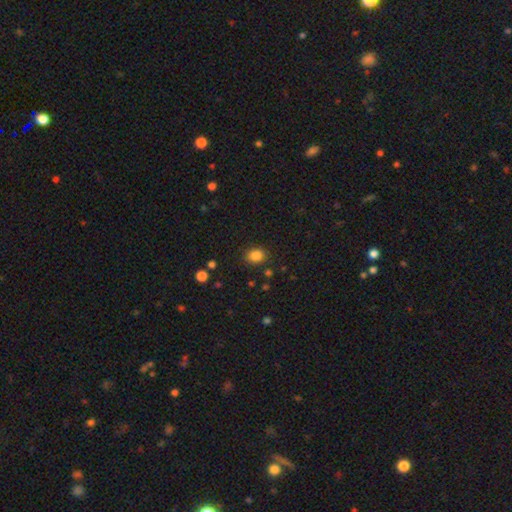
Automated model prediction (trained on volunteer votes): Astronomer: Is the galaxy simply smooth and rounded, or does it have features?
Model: smooth — 84%.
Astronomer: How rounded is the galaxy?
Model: round — 61% (runner-up: in between, 38%).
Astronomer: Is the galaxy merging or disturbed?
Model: none — 86%.